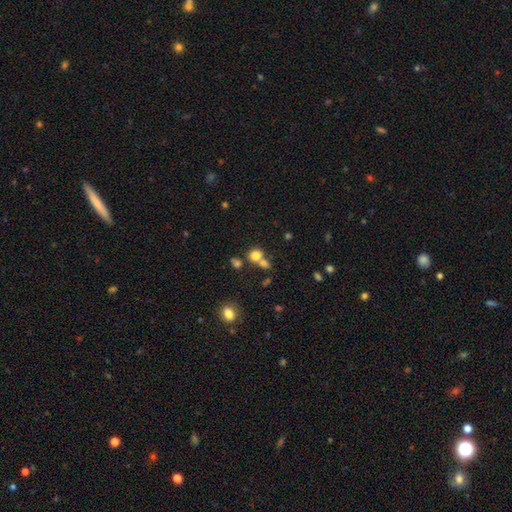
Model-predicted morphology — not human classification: Smooth or featured?
  - smooth: 77% *
  - star or artifact: 14%
  - featured or disk: 9%
How rounded?
  - round: 76% *
  - in between: 23%
  - cigar-shaped: 1%
Merging?
  - none: 44% *
  - merger: 43%
  - minor disturbance: 8%
  - major disturbance: 5%